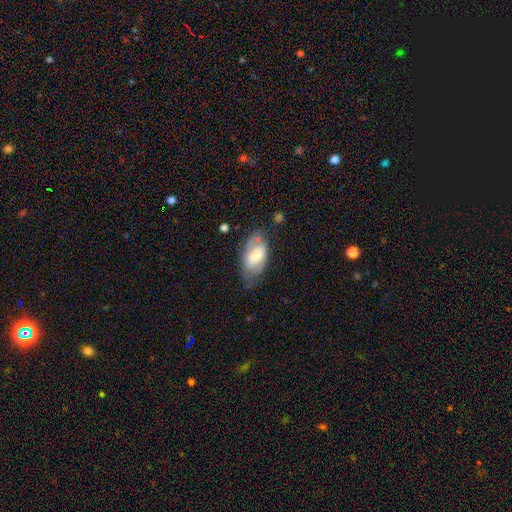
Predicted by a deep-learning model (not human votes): Q: Smooth or featured?
A: smooth (51%); runner-up: featured or disk (42%)
Q: How rounded?
A: in between (92%); runner-up: round (4%)
Q: Merging?
A: none (55%); runner-up: minor disturbance (30%)